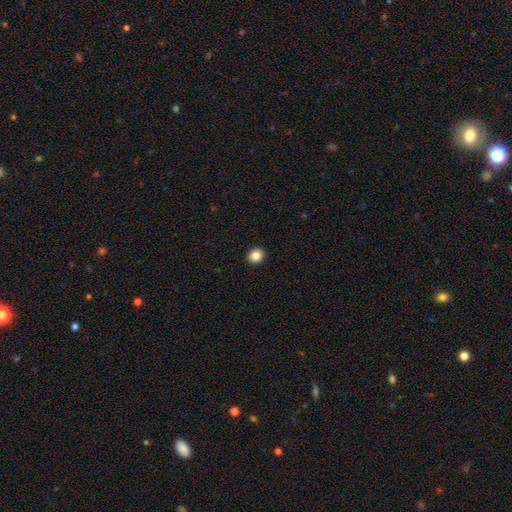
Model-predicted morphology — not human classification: The model was most divided on "how rounded": round: 70%, in between: 29%, cigar-shaped: 1%. More confident: merging — none (93%); smooth or featured — smooth (86%).